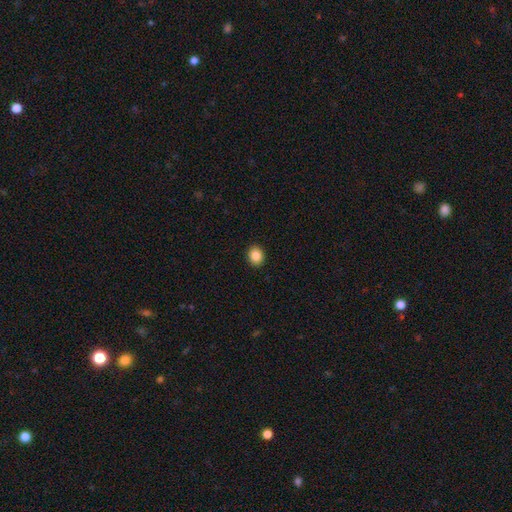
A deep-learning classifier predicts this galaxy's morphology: Smooth or featured?
  - smooth: 86% *
  - star or artifact: 9%
  - featured or disk: 5%
How rounded?
  - round: 63% *
  - in between: 36%
  - cigar-shaped: 1%
Merging?
  - none: 92% *
  - minor disturbance: 5%
  - major disturbance: 2%
  - merger: 1%